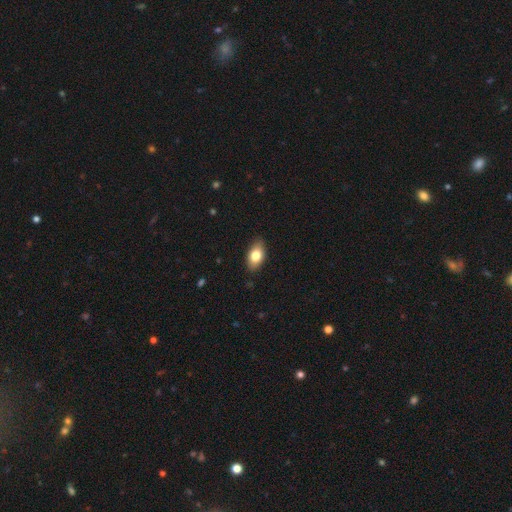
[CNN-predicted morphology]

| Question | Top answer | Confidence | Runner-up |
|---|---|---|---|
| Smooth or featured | smooth | 79% | featured or disk (14%) |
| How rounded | in between | 90% | round (7%) |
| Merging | none | 87% | minor disturbance (10%) |